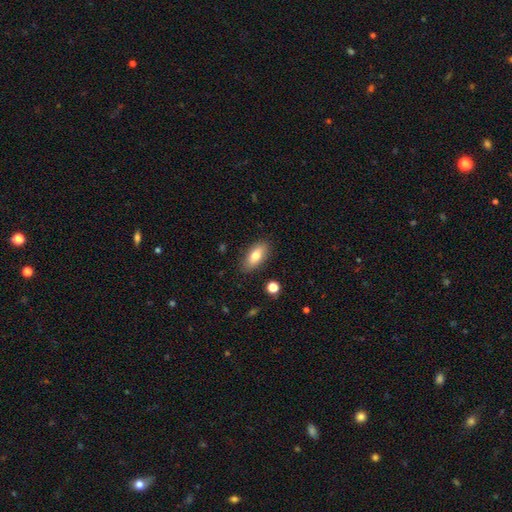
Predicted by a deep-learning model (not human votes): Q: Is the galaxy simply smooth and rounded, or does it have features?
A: smooth — 77%.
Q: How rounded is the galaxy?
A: in between — 85%.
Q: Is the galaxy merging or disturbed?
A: none — 86%.